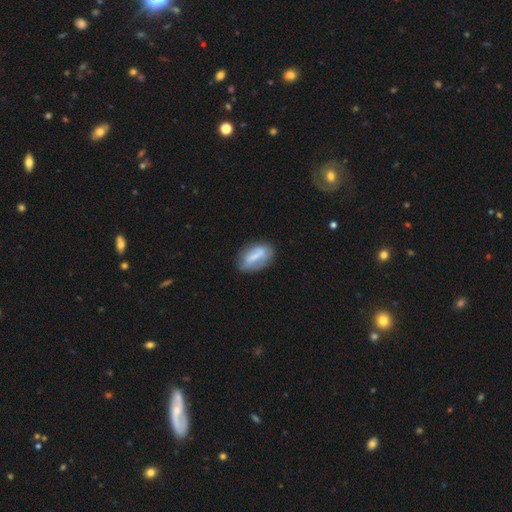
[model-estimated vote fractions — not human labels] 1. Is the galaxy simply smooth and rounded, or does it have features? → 60% smooth, 33% featured or disk, 8% star or artifact.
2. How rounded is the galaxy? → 83% in between, 13% cigar-shaped, 5% round.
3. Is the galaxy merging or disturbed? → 62% none, 26% minor disturbance, 9% major disturbance, 3% merger.